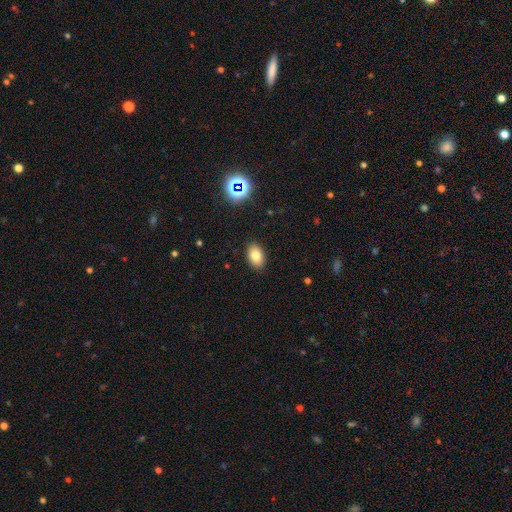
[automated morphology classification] smooth_or_featured: smooth (p=0.79) [alt: star or artifact p=0.12]
how_rounded: in between (p=0.88) [alt: round p=0.11]
merging: none (p=0.89) [alt: minor disturbance p=0.08]